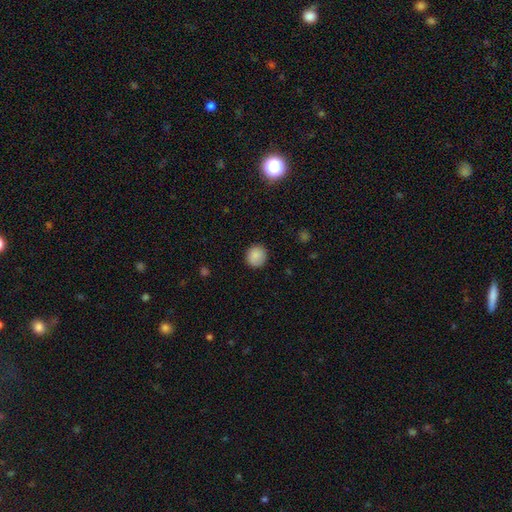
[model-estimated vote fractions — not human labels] Overall: smooth (88%). How rounded: round (90%). Merging: none (90%).